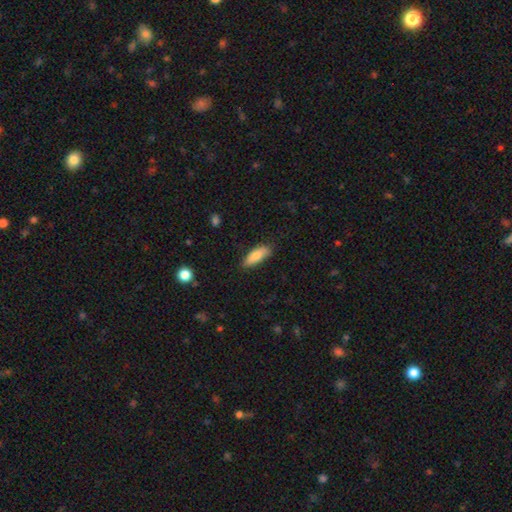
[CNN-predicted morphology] This appears to be a smooth galaxy with no disk features (81%) that is in between round and cigar-shaped (69%). Merging: none (77%).